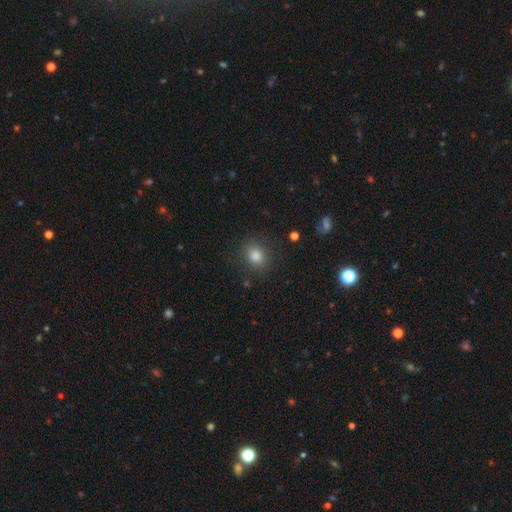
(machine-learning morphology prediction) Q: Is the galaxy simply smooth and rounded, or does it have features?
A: smooth — 81%.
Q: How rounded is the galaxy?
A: round — 68%.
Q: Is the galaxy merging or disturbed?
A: none — 86%.